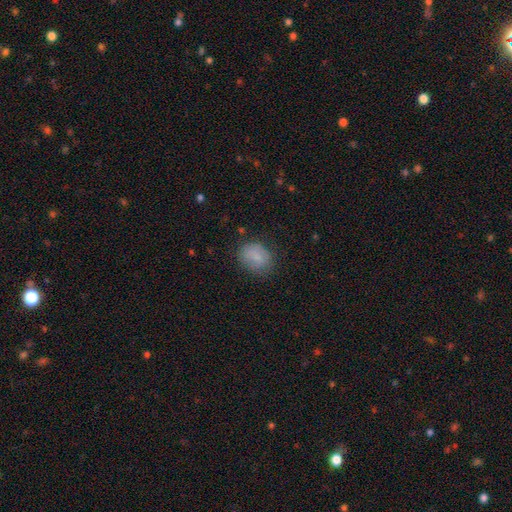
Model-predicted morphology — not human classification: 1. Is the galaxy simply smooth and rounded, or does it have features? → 83% smooth, 9% star or artifact, 8% featured or disk.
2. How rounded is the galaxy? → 58% in between, 41% round, 1% cigar-shaped.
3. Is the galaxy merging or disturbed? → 75% none, 18% minor disturbance, 5% major disturbance, 1% merger.